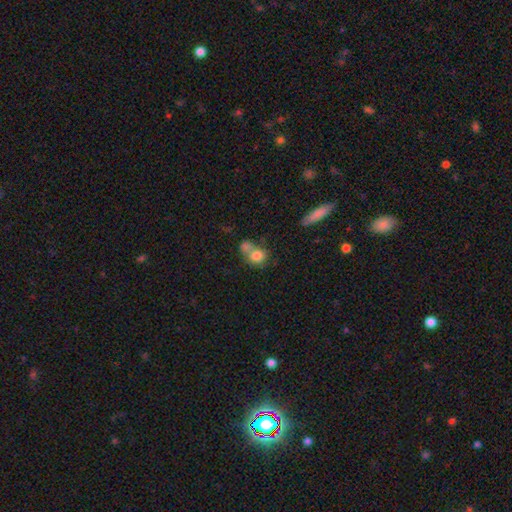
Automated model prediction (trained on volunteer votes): smooth 78%, featured or disk 13%, star or artifact 9%. Down the decision tree: how rounded — round (58%); merging — merger (54%).